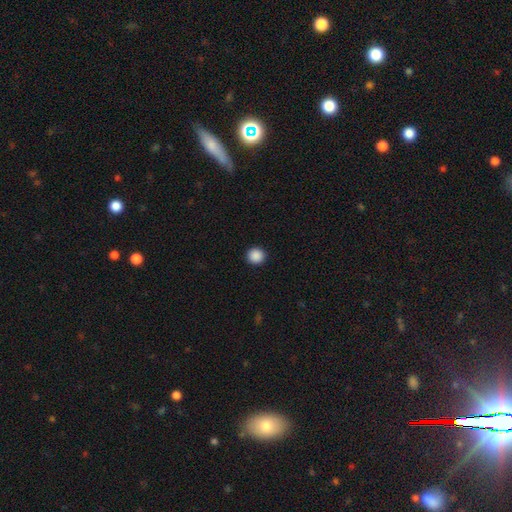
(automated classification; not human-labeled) smooth-or-featured: smooth: 89% | star or artifact: 9% | featured or disk: 2%
  how-rounded: round: 93% | in between: 6% | cigar-shaped: 1%
  merging: none: 93% | minor disturbance: 4% | major disturbance: 2% | merger: 1%